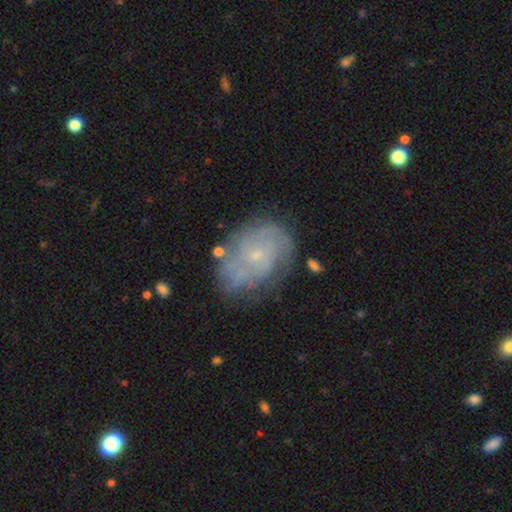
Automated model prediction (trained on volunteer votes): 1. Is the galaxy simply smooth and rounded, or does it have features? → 73% featured or disk, 18% smooth, 9% star or artifact.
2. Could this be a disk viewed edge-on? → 97% no, 3% yes.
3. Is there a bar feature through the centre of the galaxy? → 72% no, 24% weak, 3% strong.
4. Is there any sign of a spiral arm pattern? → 87% yes, 13% no.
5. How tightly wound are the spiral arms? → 57% tight, 32% medium, 12% loose.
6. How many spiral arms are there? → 45% can't tell, 21% 2, 14% 3, 10% 4, 6% more than 4, 5% 1.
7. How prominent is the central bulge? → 80% small, 13% moderate, 5% none, 1% large, 1% dominant.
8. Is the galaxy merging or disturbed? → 70% none, 19% minor disturbance, 7% major disturbance, 3% merger.